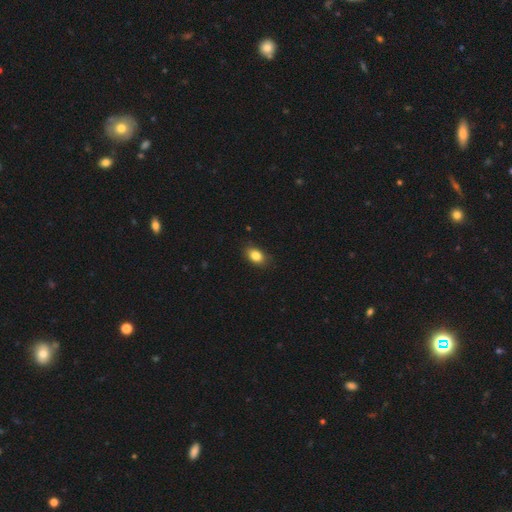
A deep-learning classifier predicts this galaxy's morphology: Smooth or featured? Predicted: smooth (p=0.85). How rounded? Predicted: in between (p=0.81). Merging? Predicted: none (p=0.84).